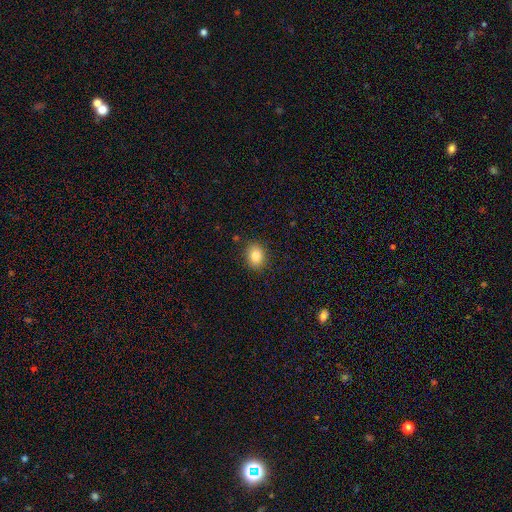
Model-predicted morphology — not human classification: This is clearly a smooth galaxy (83%). How rounded: possibly round (52%). Merging: clearly none (88%).